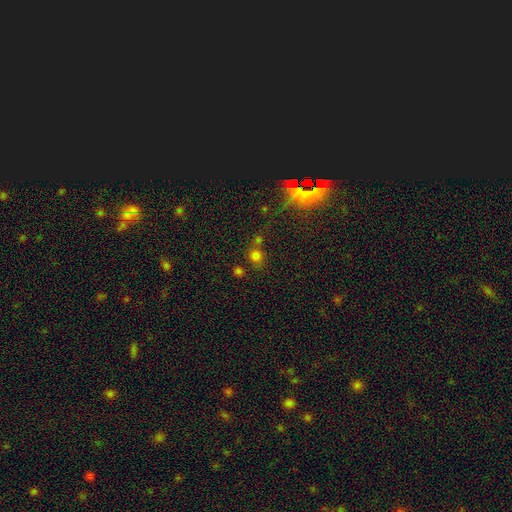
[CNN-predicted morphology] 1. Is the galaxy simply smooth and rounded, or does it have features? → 66% smooth, 26% star or artifact, 8% featured or disk.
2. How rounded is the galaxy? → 83% round, 16% in between, 1% cigar-shaped.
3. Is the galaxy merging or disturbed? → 63% none, 22% merger, 10% minor disturbance, 5% major disturbance.